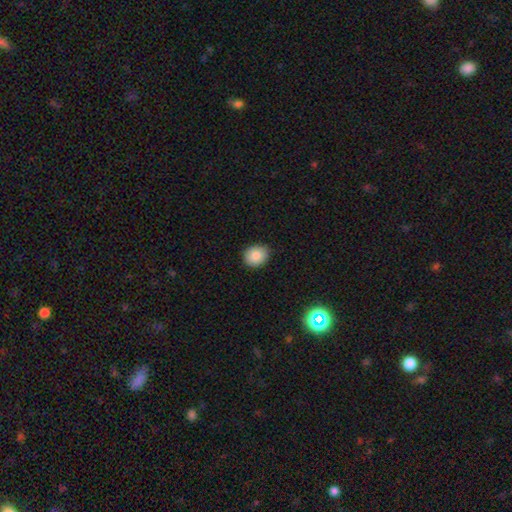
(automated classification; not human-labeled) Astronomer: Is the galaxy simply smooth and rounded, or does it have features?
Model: smooth — 86%.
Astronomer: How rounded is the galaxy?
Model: round — 61% (runner-up: in between, 39%).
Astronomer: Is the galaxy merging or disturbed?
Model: none — 85%.